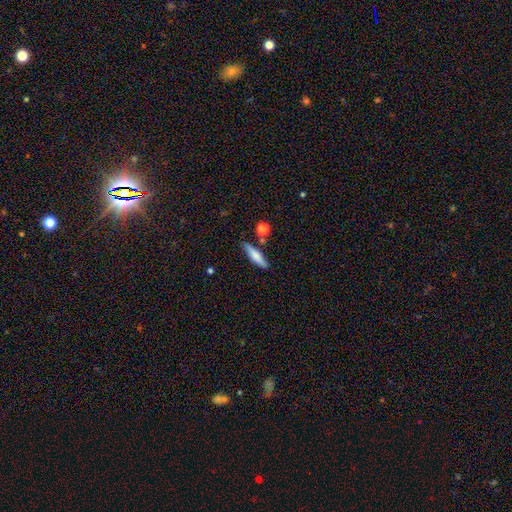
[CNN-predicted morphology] smooth 66%, featured or disk 27%, star or artifact 7%. Down the decision tree: how rounded — cigar-shaped (77%); merging — none (77%).